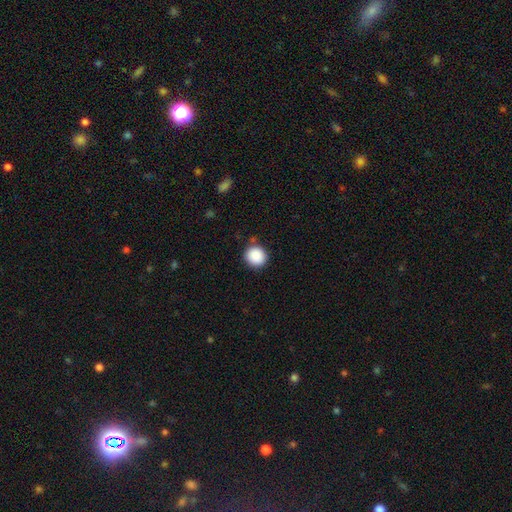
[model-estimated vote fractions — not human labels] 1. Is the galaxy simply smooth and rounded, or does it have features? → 89% smooth, 8% star or artifact, 3% featured or disk.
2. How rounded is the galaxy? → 90% round, 9% in between, 1% cigar-shaped.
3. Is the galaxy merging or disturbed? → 86% none, 9% minor disturbance, 3% major disturbance, 2% merger.